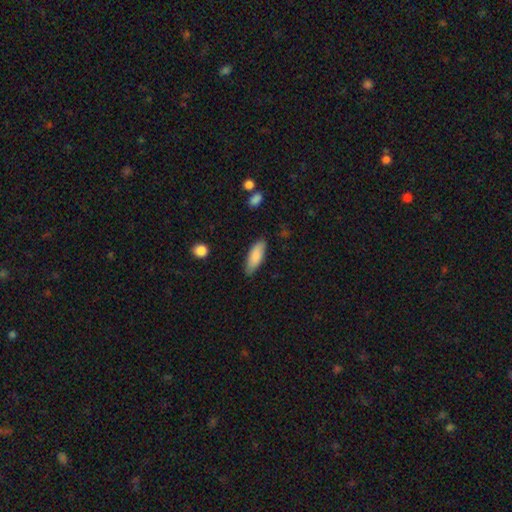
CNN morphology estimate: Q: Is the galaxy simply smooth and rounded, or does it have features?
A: smooth — 86%.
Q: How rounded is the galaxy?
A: in between — 68%.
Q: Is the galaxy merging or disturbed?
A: none — 82%.